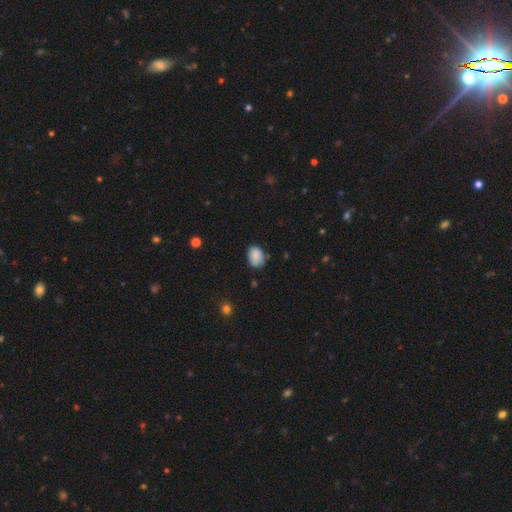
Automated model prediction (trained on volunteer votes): smooth-or-featured: smooth: 83% | featured or disk: 9% | star or artifact: 8%
  how-rounded: in between: 70% | round: 29% | cigar-shaped: 1%
  merging: none: 69% | minor disturbance: 25% | major disturbance: 4% | merger: 2%